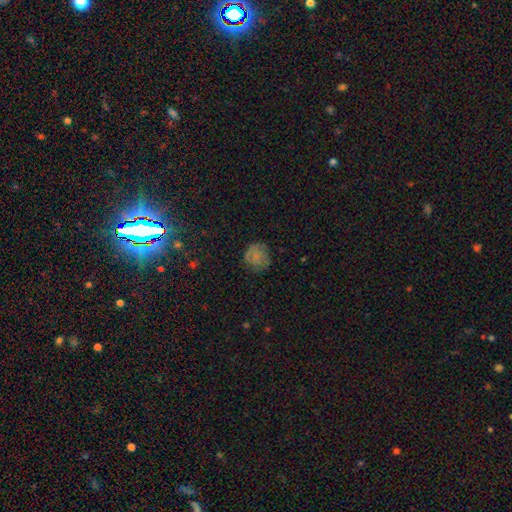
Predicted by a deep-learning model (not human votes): smooth_or_featured: smooth (p=0.67) [alt: featured or disk p=0.20]
how_rounded: round (p=0.84) [alt: in between p=0.15]
merging: none (p=0.68) [alt: minor disturbance p=0.22]